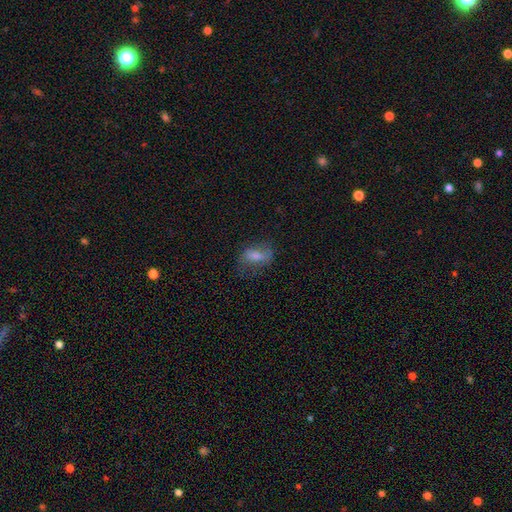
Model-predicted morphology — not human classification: Smooth or featured: smooth — 56% (featured or disk — 34%)
How rounded: in between — 83% (round — 9%)
Merging: none — 58% (minor disturbance — 24%)